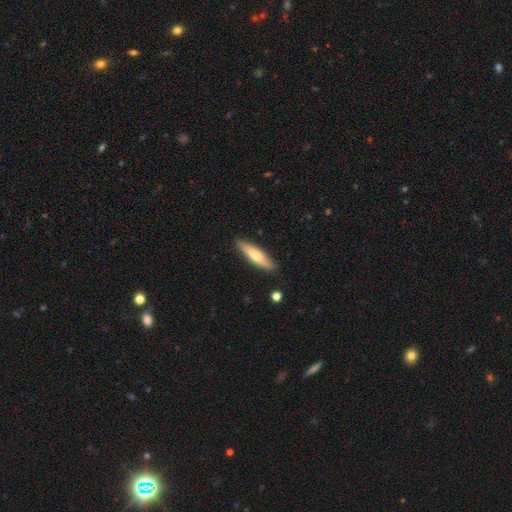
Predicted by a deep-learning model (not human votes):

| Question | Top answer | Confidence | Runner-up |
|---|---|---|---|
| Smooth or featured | smooth | 60% | featured or disk (34%) |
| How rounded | cigar-shaped | 71% | in between (27%) |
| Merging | none | 86% | minor disturbance (11%) |